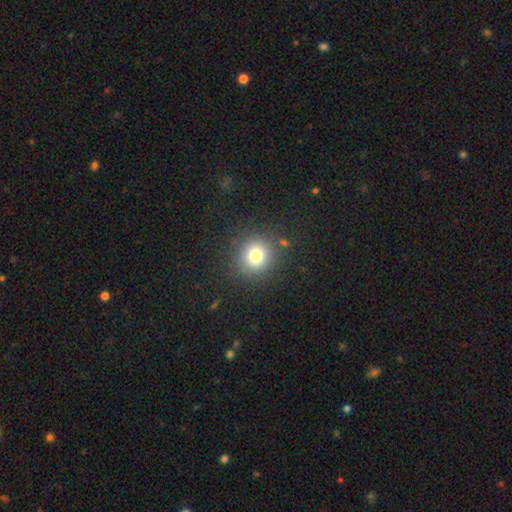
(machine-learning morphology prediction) Q: Smooth or featured?
A: smooth (78%); runner-up: star or artifact (14%)
Q: How rounded?
A: round (90%); runner-up: in between (9%)
Q: Merging?
A: none (87%); runner-up: minor disturbance (7%)